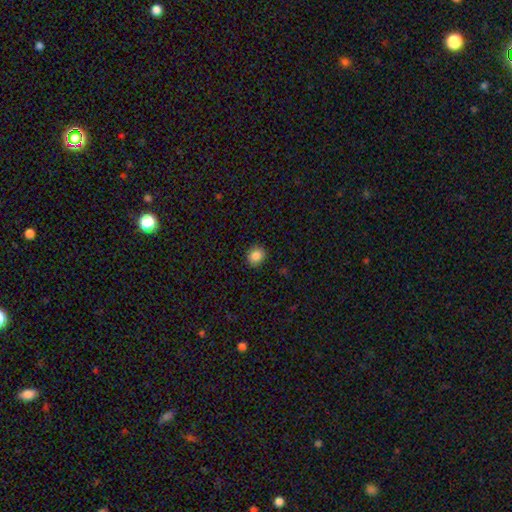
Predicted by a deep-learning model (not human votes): Smooth or featured?
  - smooth: 87% *
  - star or artifact: 10%
  - featured or disk: 4%
How rounded?
  - round: 75% *
  - in between: 24%
  - cigar-shaped: 1%
Merging?
  - none: 89% *
  - minor disturbance: 8%
  - major disturbance: 2%
  - merger: 1%